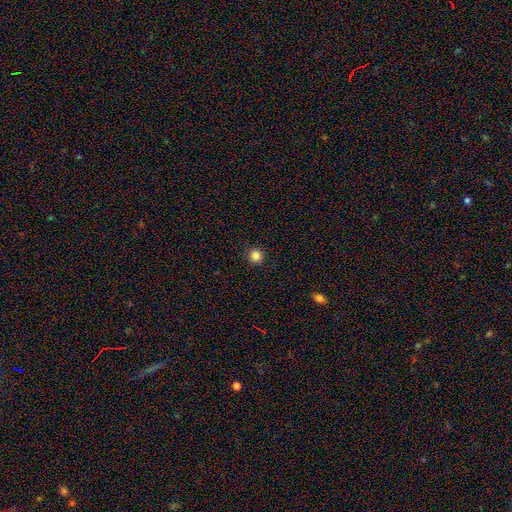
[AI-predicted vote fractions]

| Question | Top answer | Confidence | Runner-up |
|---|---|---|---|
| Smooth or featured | smooth | 85% | star or artifact (12%) |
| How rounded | round | 95% | in between (4%) |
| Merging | none | 93% | minor disturbance (5%) |